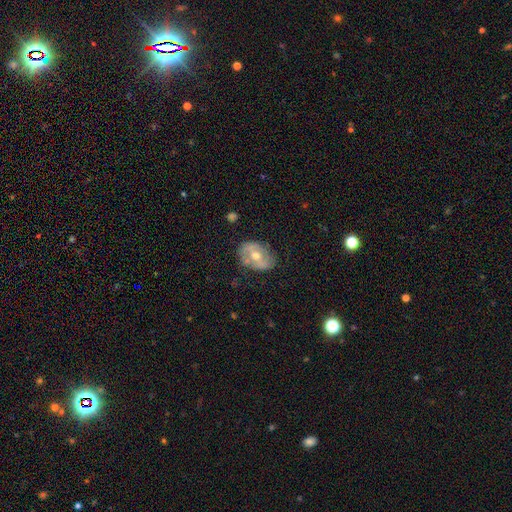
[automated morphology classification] Smooth or featured: featured or disk — 59% (smooth — 32%)
Edge-on disk: no — 93% (yes — 7%)
Bar: no — 48% (weak — 32%)
Spiral arms: yes — 52% (no — 48%)
Bulge size: moderate — 70% (small — 25%)
Merging: none — 75% (minor disturbance — 18%)